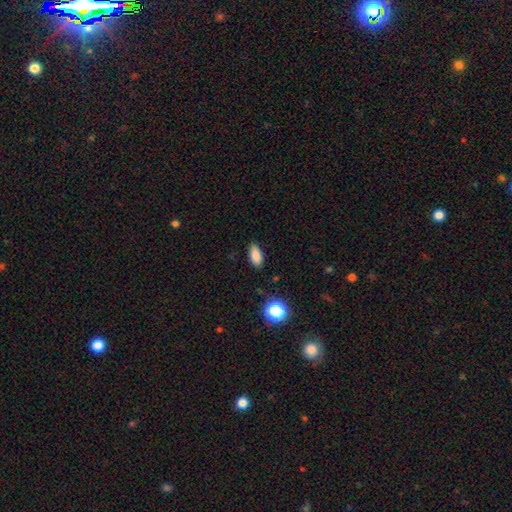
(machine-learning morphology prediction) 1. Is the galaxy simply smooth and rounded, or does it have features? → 83% smooth, 10% star or artifact, 7% featured or disk.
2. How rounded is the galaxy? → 86% in between, 10% cigar-shaped, 4% round.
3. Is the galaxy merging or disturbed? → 83% none, 13% minor disturbance, 3% major disturbance, 1% merger.